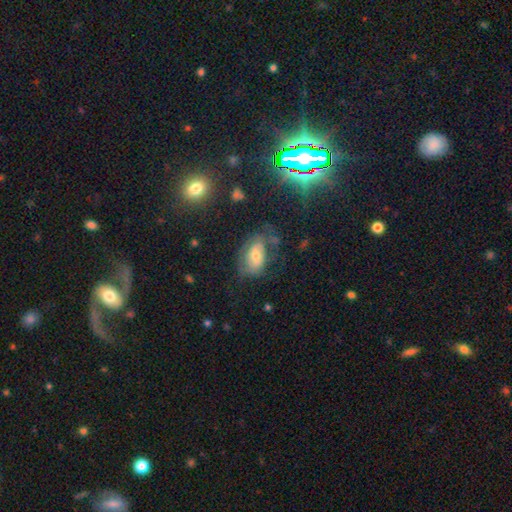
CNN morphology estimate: A smooth galaxy with no disk features (44%).

Vote fractions:
- Smooth or featured? smooth: 44% / featured or disk: 41% / star or artifact: 15%
- Merging? none: 50% / minor disturbance: 26% / major disturbance: 20% / merger: 4%